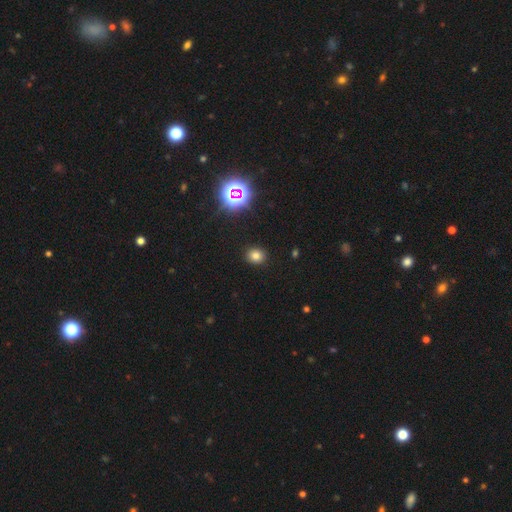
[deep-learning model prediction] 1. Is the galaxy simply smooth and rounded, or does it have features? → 75% smooth, 18% star or artifact, 7% featured or disk.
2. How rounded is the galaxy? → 69% round, 30% in between, 1% cigar-shaped.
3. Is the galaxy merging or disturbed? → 90% none, 6% minor disturbance, 2% major disturbance, 1% merger.